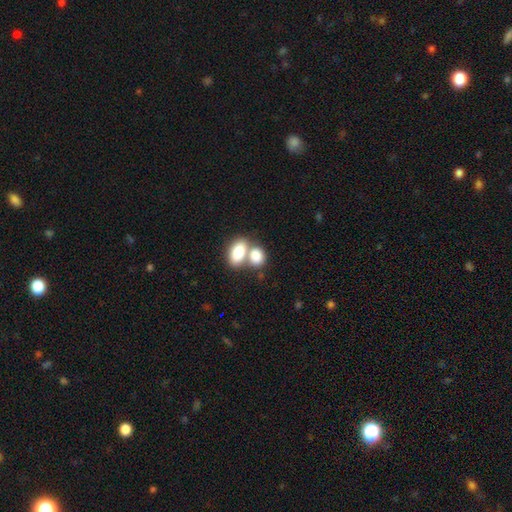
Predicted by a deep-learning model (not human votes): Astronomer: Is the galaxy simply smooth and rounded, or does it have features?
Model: smooth — 81%.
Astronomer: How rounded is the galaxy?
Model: in between — 82%.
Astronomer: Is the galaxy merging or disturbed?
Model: merger — 61%.